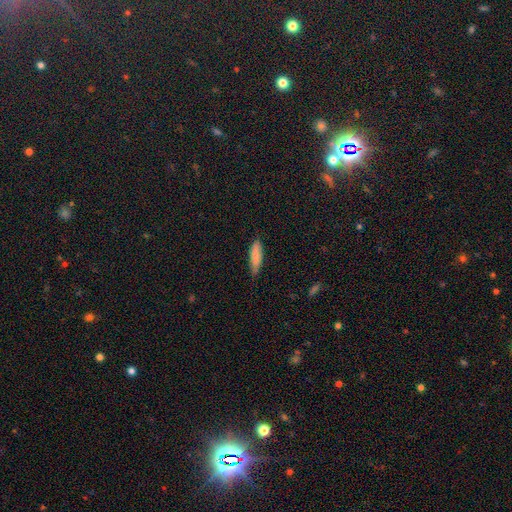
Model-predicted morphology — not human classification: Smooth or featured?
  - smooth: 81% *
  - featured or disk: 13%
  - star or artifact: 6%
How rounded?
  - cigar-shaped: 65% *
  - in between: 34%
  - round: 2%
Merging?
  - none: 77% *
  - minor disturbance: 19%
  - major disturbance: 2%
  - merger: 1%